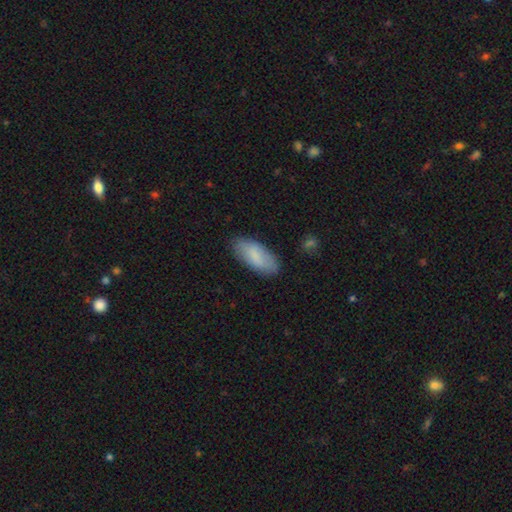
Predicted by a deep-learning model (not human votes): smooth 82%, featured or disk 13%, star or artifact 6%. Down the decision tree: how rounded — in between (86%); merging — none (82%).